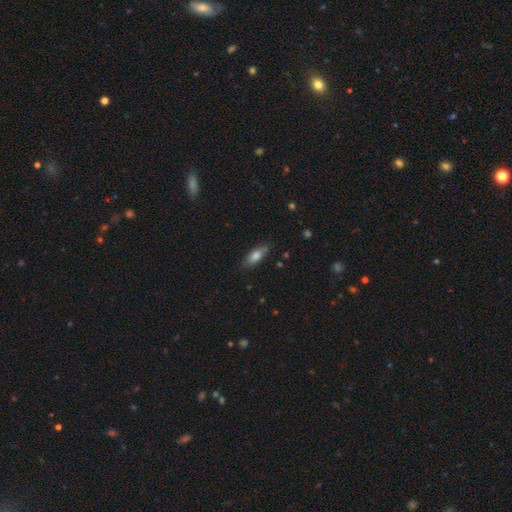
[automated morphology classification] A smooth galaxy with no disk features (76%) that is in between round and cigar-shaped (70%).

Vote fractions:
- Smooth or featured? smooth: 76% / featured or disk: 17% / star or artifact: 7%
- How rounded? in between: 70% / cigar-shaped: 27% / round: 2%
- Merging? none: 81% / minor disturbance: 15% / major disturbance: 3% / merger: 1%